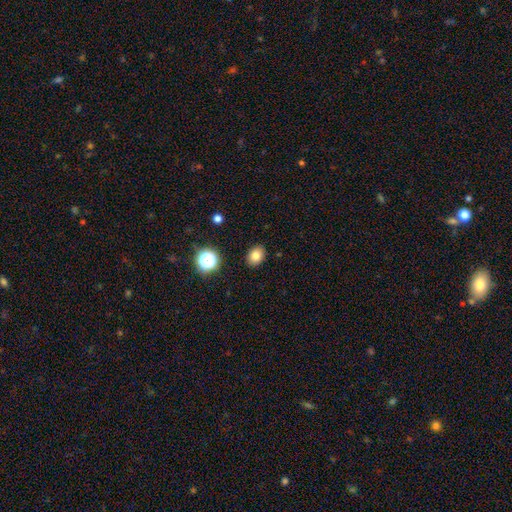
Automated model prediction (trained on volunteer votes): Overall: smooth (80%). How rounded: in between (60%; round 39%). Merging: none (89%).